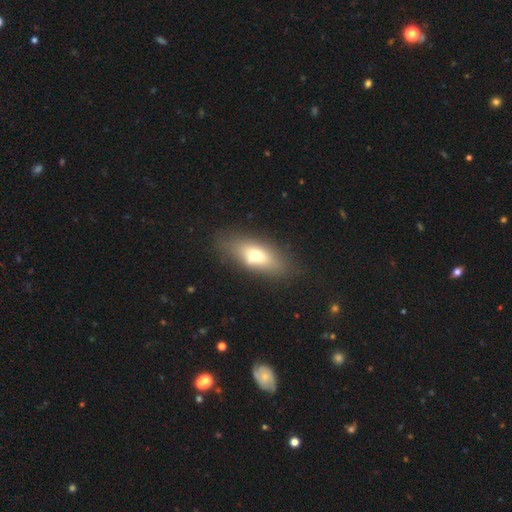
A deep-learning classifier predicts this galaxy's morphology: smooth-or-featured: smooth: 63% | featured or disk: 27% | star or artifact: 10%
  how-rounded: in between: 77% | cigar-shaped: 17% | round: 6%
  merging: none: 72% | minor disturbance: 17% | major disturbance: 8% | merger: 4%